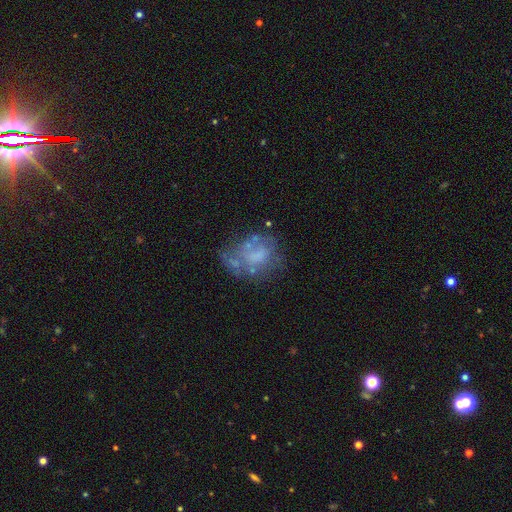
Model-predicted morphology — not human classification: This appears to be a featured or disk galaxy (51%) with no bar (83%), no spiral arms (86%) and no central bulge (58%). Merging: none (39%).